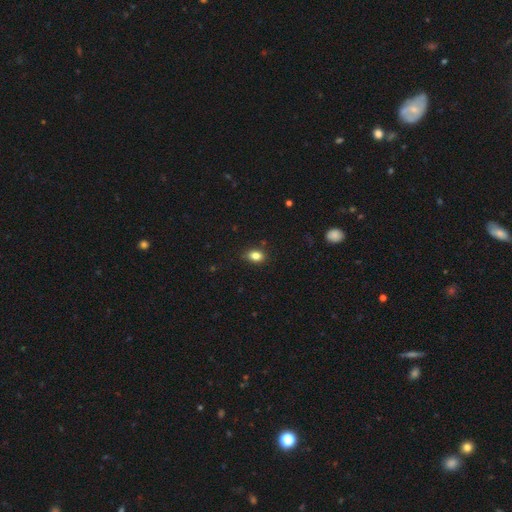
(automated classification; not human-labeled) Morphology: type=smooth (84%); roundness=in between (73%); merging=none (81%).